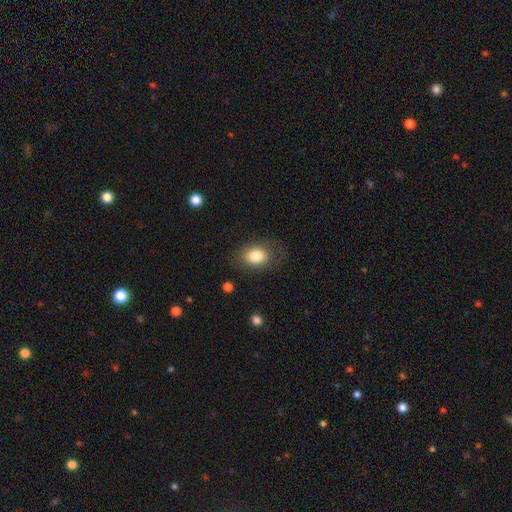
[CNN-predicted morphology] This appears to be a smooth galaxy with no disk features (81%) that is in between round and cigar-shaped (68%). Merging: none (73%).